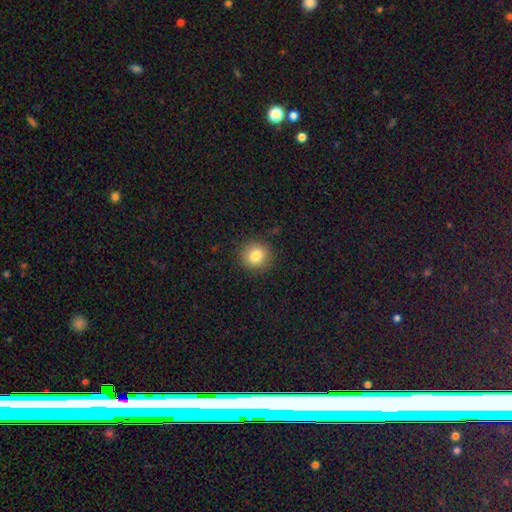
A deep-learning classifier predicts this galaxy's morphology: Smooth or featured? smooth (82%)
How rounded? round (86%)
Merging? none (89%)